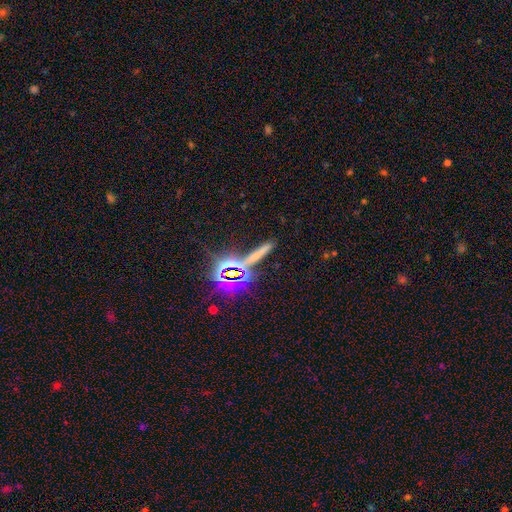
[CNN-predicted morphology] A star or artifact, not a galaxy (42%).